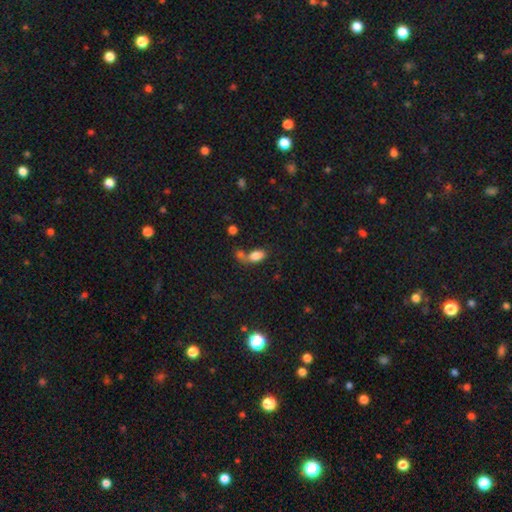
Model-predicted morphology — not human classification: Overall: smooth (81%). How rounded: in between (89%). Merging: merger (42%; none 37%).